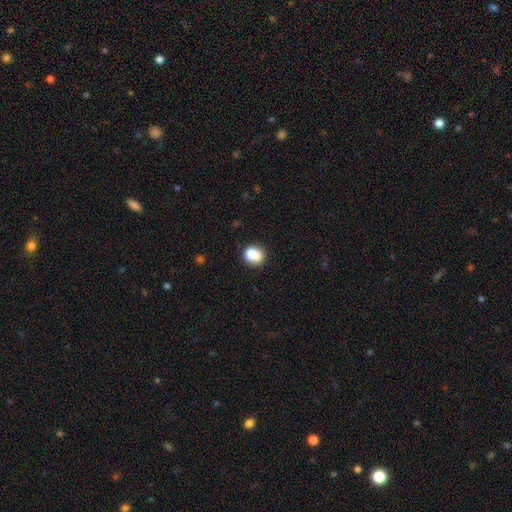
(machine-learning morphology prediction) Smooth or featured: smooth — 76% (featured or disk — 13%)
How rounded: round — 68% (in between — 31%)
Merging: none — 58% (merger — 23%)